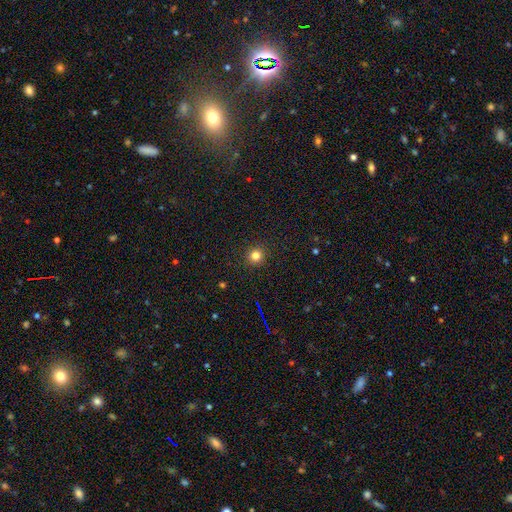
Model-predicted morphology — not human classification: A smooth galaxy with no disk features (81%) that is round (92%).

Vote fractions:
- Smooth or featured? smooth: 81% / star or artifact: 14% / featured or disk: 5%
- How rounded? round: 92% / in between: 7% / cigar-shaped: 1%
- Merging? none: 92% / minor disturbance: 5% / major disturbance: 2% / merger: 1%